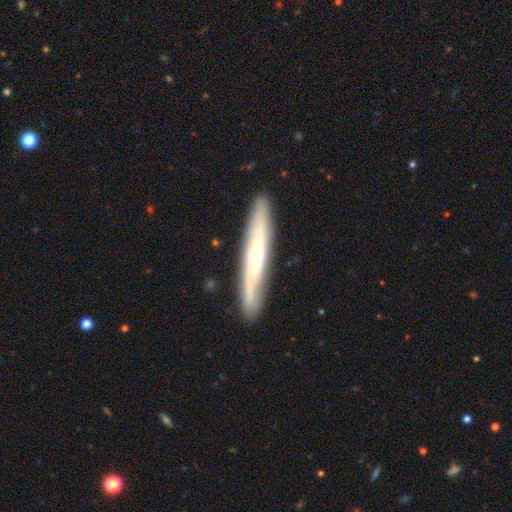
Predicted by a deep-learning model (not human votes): The model was most divided on "smooth or featured": featured or disk: 59%, smooth: 35%, star or artifact: 5%. More confident: merging — none (87%); edge-on disk — yes (75%).